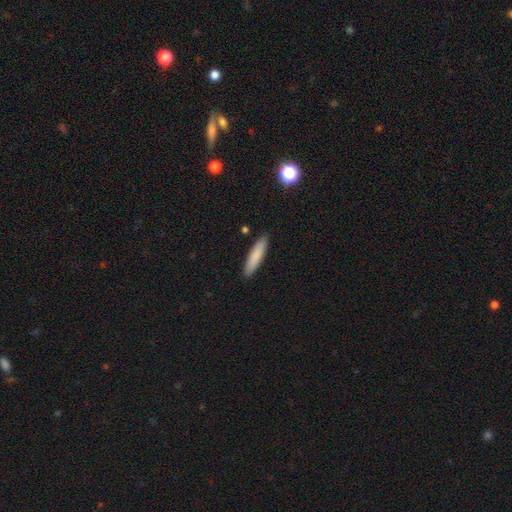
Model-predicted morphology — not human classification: A smooth galaxy with no disk features (83%) that is cigar-shaped (82%). Merging: none (90%).